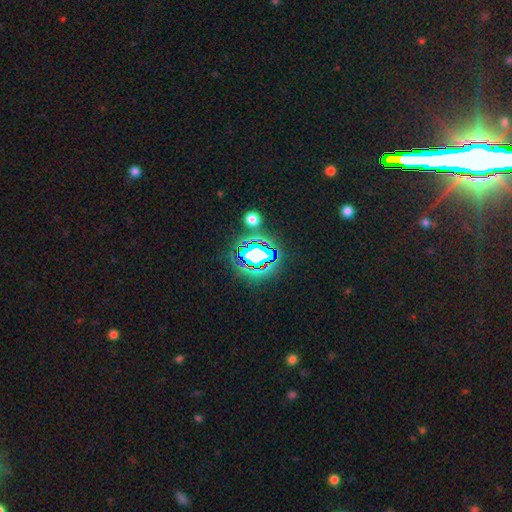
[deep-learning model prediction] Q: Smooth or featured?
A: star or artifact (68%); runner-up: smooth (19%)